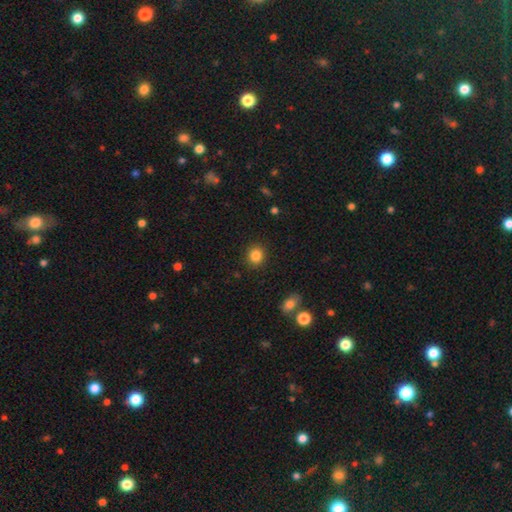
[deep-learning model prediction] The model was most divided on "how rounded": round: 83%, in between: 16%, cigar-shaped: 1%. More confident: merging — none (90%); smooth or featured — smooth (85%).